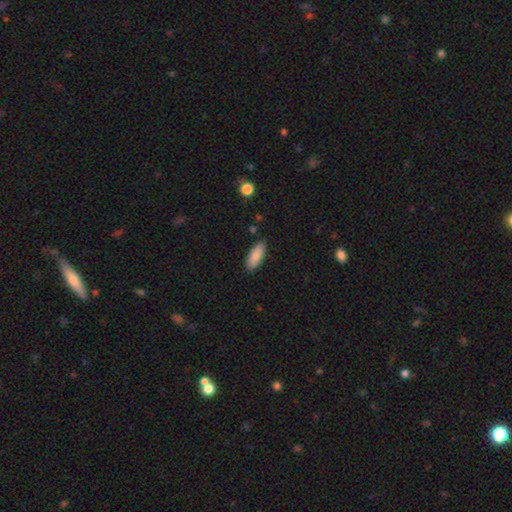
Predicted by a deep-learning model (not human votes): A smooth galaxy with no disk features (88%) that is in between round and cigar-shaped (74%).

Vote fractions:
- Smooth or featured? smooth: 88% / star or artifact: 6% / featured or disk: 6%
- How rounded? in between: 74% / cigar-shaped: 24% / round: 2%
- Merging? none: 85% / minor disturbance: 11% / major disturbance: 2% / merger: 2%